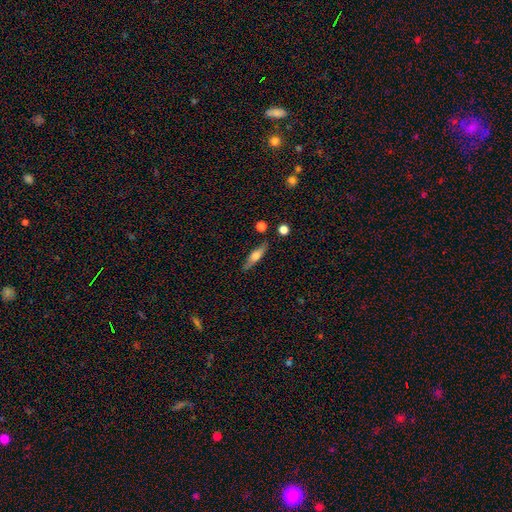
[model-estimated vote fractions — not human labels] smooth 51%, featured or disk 42%, star or artifact 7%. Down the decision tree: how rounded — cigar-shaped (69%); merging — none (82%).